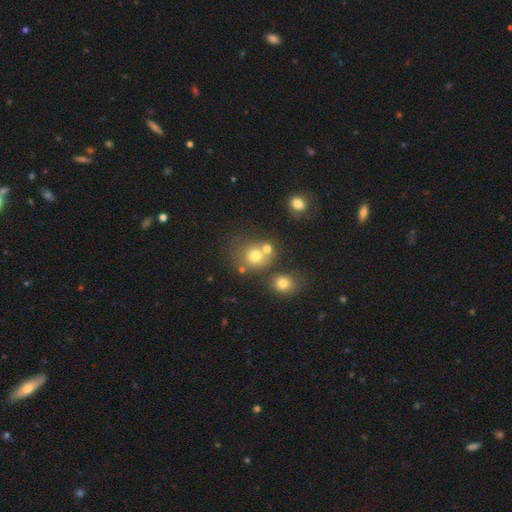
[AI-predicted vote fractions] smooth 71%, star or artifact 16%, featured or disk 13%. Down the decision tree: how rounded — round (80%); merging — none (52%).